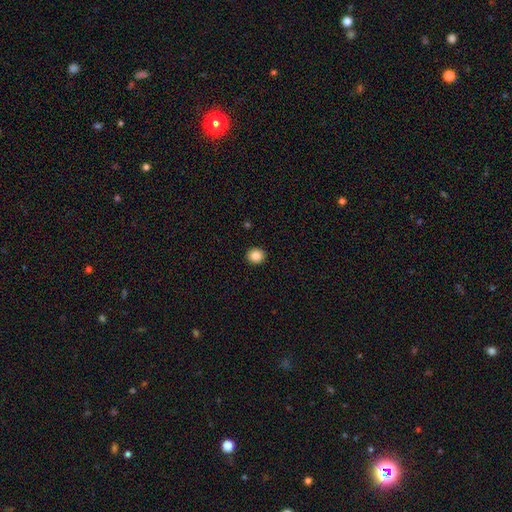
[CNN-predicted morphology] smooth-or-featured: smooth: 86% | star or artifact: 10% | featured or disk: 4%
  how-rounded: round: 87% | in between: 12% | cigar-shaped: 1%
  merging: none: 93% | minor disturbance: 5% | major disturbance: 2% | merger: 1%